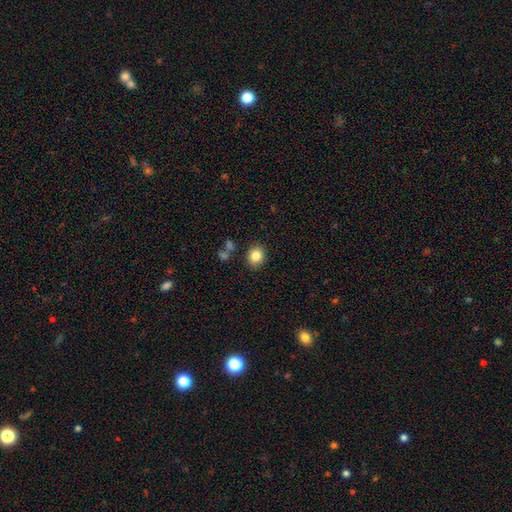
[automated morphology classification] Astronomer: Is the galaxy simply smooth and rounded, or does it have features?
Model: smooth — 84%.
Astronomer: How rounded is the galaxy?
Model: round — 61% (runner-up: in between, 38%).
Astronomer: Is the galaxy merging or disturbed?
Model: none — 86%.